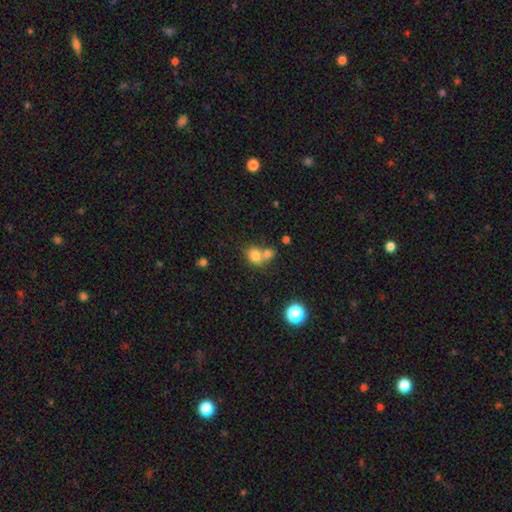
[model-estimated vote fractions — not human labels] Overall: smooth (77%). How rounded: round (62%; in between 37%). Merging: merger (52%; none 36%).